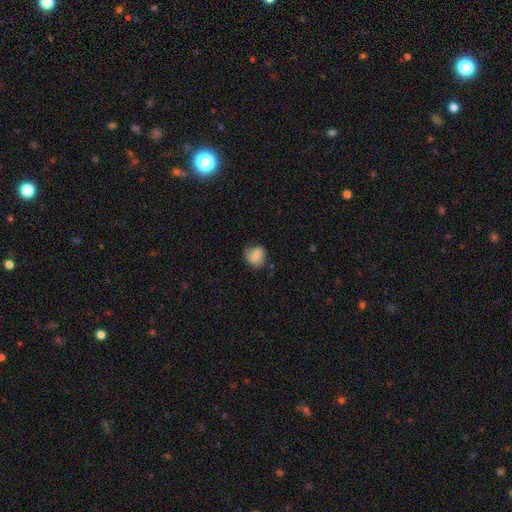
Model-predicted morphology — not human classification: A smooth galaxy with no disk features (67%) that is round (62%). Merging: none (52%).